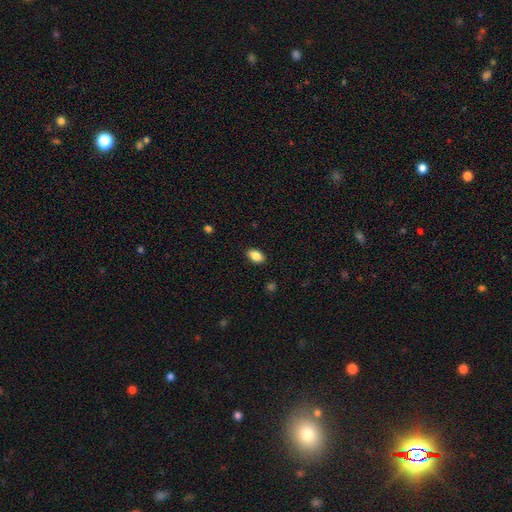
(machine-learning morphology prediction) Smooth or featured? Predicted: smooth (p=0.87). How rounded? Predicted: in between (p=0.90). Merging? Predicted: none (p=0.88).